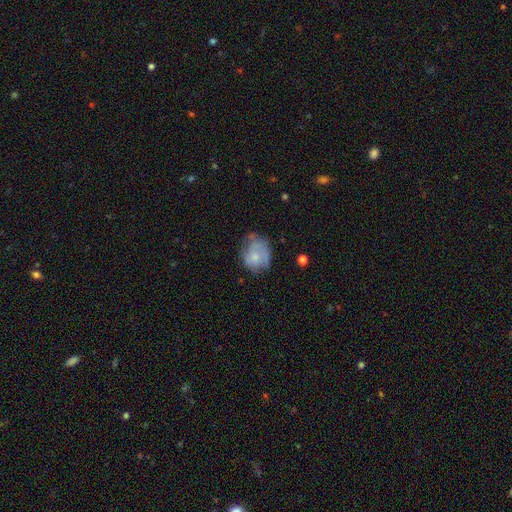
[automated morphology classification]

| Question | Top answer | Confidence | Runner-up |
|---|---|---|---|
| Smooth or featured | smooth | 53% | featured or disk (39%) |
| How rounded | round | 52% | in between (47%) |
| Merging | none | 46% | minor disturbance (34%) |